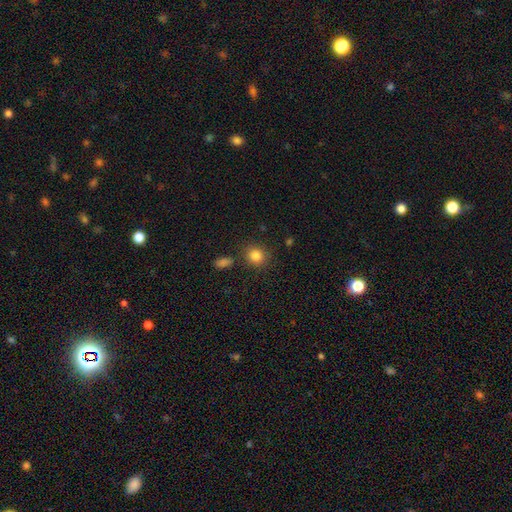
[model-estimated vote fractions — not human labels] smooth 85%, star or artifact 10%, featured or disk 5%. Down the decision tree: how rounded — round (81%); merging — none (82%).